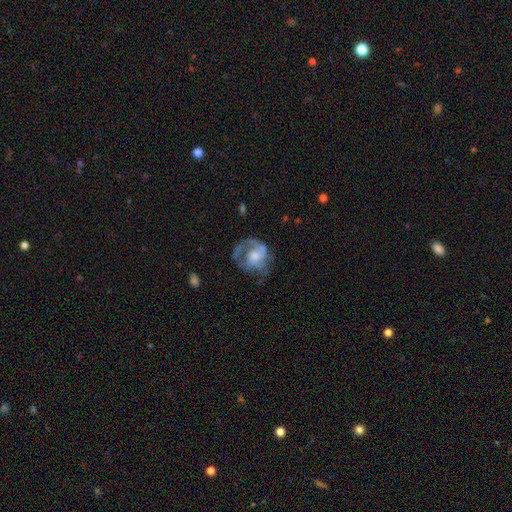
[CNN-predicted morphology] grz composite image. It shows a featured or disk galaxy (73%) with no bar (71%), 1 (32%) medium (43%) spiral arms (84%) and a moderate central bulge (43%). Merging: none (50%).